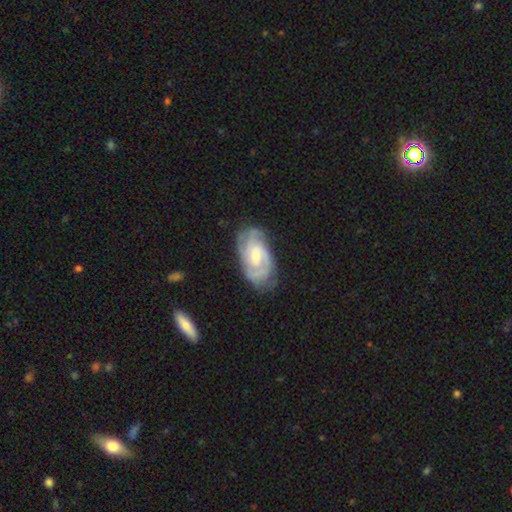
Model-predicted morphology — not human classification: type=featured or disk (86%); edge-on=no (97%); bar=no (56%); spiral arms=yes (97%); winding=tight (62%); arm count=2 (42%); bulge=small (48%); merging=none (74%).